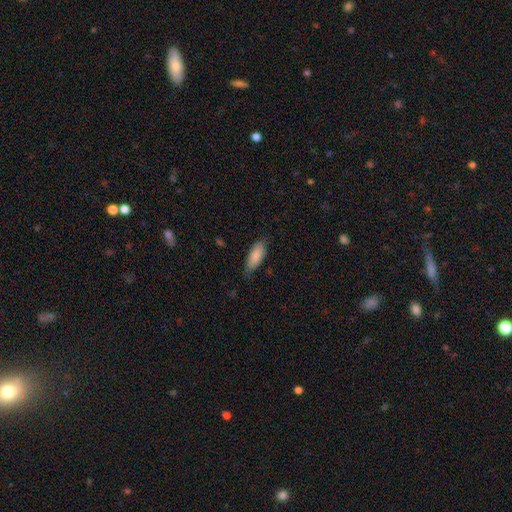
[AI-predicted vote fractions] Q: Smooth or featured?
A: smooth (86%); runner-up: featured or disk (8%)
Q: How rounded?
A: in between (79%); runner-up: cigar-shaped (19%)
Q: Merging?
A: none (71%); runner-up: minor disturbance (24%)